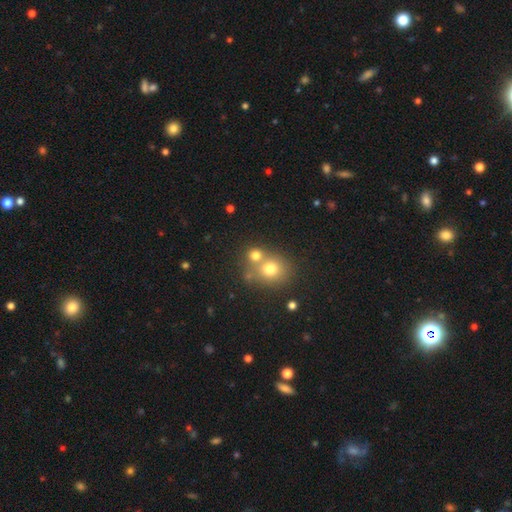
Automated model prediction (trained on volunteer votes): Morphology: type=smooth (73%); roundness=round (79%); merging=none (45%).